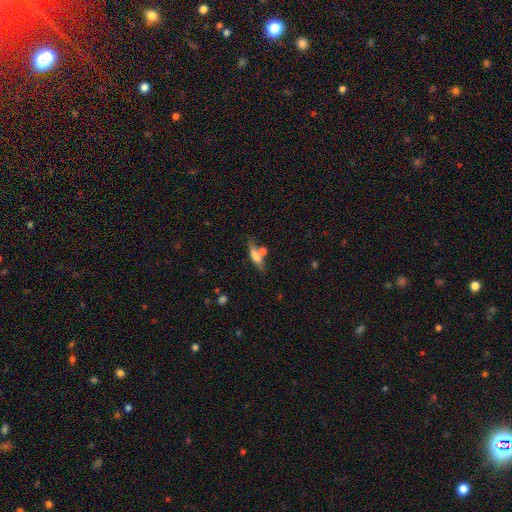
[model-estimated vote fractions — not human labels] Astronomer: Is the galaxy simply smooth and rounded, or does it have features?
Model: smooth — 67%.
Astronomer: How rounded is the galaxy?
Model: cigar-shaped — 62%.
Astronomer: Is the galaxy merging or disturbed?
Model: none — 58%.